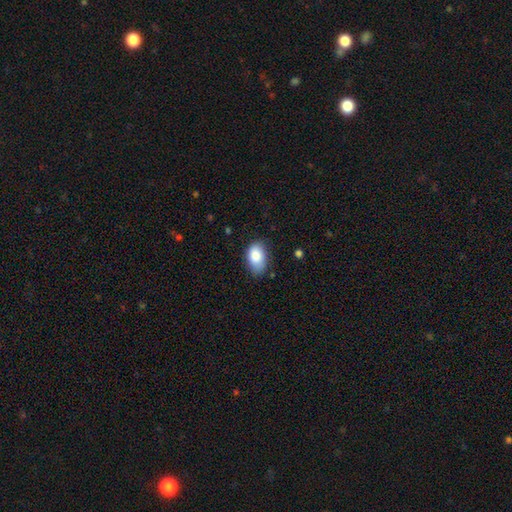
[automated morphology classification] Smooth or featured?
  - smooth: 86% *
  - featured or disk: 7%
  - star or artifact: 7%
How rounded?
  - in between: 91% *
  - round: 7%
  - cigar-shaped: 1%
Merging?
  - none: 69% *
  - minor disturbance: 25%
  - major disturbance: 5%
  - merger: 1%